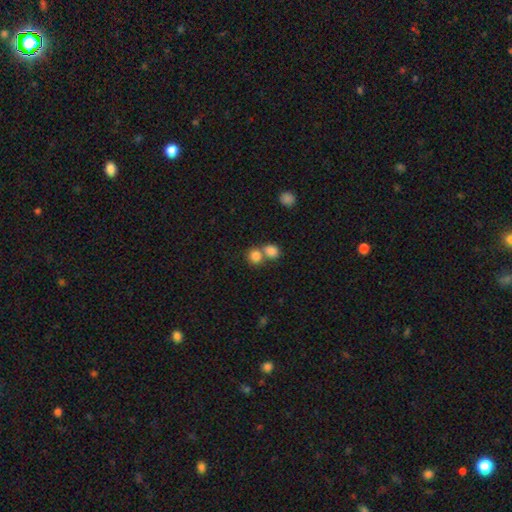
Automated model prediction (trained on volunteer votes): Smooth or featured: smooth — 83% (star or artifact — 10%)
How rounded: round — 80% (in between — 19%)
Merging: none — 45% (tied with merger — 45%)